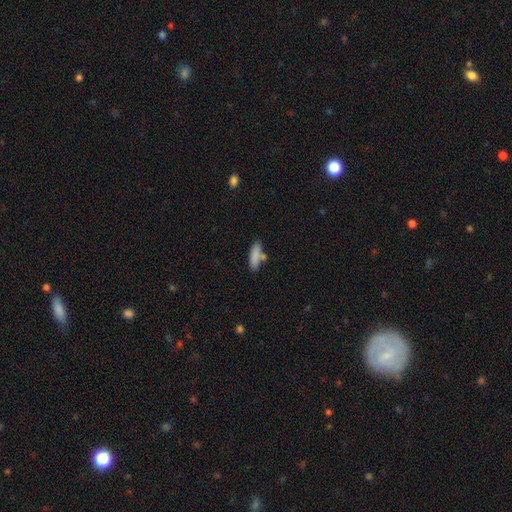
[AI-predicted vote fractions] Overall: smooth (84%). How rounded: cigar-shaped (52%; in between 46%). Merging: none (65%).